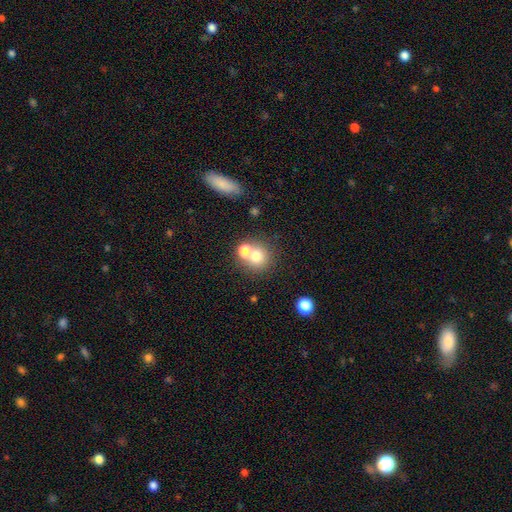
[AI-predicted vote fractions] This is likely a smooth galaxy (72%). How rounded: clearly round (86%). Merging: possibly none (52%).